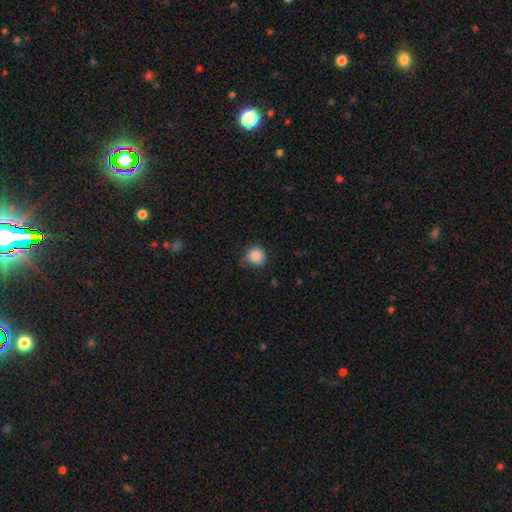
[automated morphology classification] smooth_or_featured: smooth (p=0.87) [alt: star or artifact p=0.10]
how_rounded: round (p=0.92) [alt: in between p=0.07]
merging: none (p=0.69) [alt: minor disturbance p=0.24]